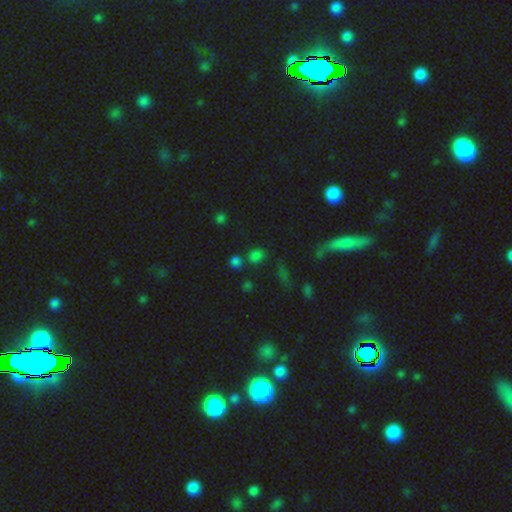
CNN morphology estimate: This is likely a smooth galaxy (61%). How rounded: likely round (69%). Merging: likely none (68%).